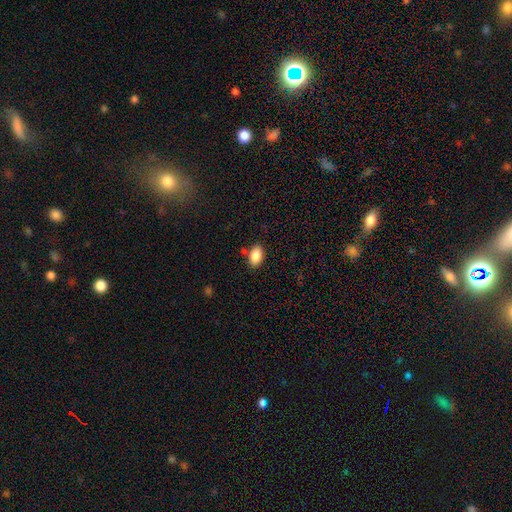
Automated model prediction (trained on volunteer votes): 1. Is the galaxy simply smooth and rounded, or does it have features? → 88% smooth, 7% star or artifact, 5% featured or disk.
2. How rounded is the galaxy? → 91% in between, 8% round, 1% cigar-shaped.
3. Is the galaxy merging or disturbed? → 80% none, 12% minor disturbance, 5% merger, 3% major disturbance.